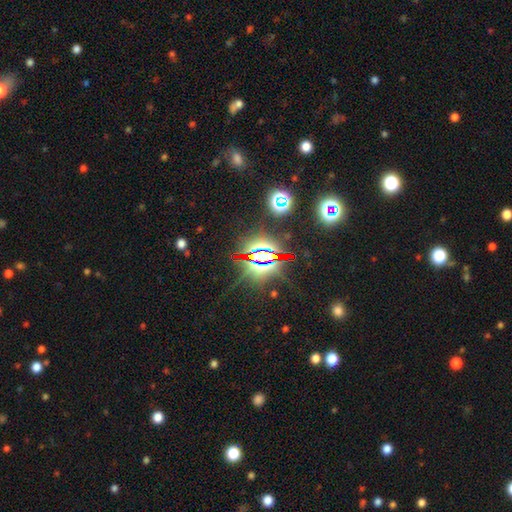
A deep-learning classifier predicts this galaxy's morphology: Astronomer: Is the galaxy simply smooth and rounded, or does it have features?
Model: star or artifact — 81%.